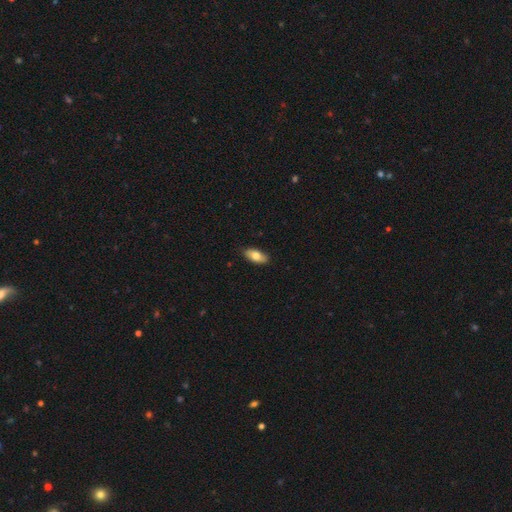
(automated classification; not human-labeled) smooth-or-featured: smooth: 76% | featured or disk: 18% | star or artifact: 6%
  how-rounded: in between: 88% | cigar-shaped: 9% | round: 3%
  merging: none: 87% | minor disturbance: 10% | major disturbance: 2% | merger: 1%